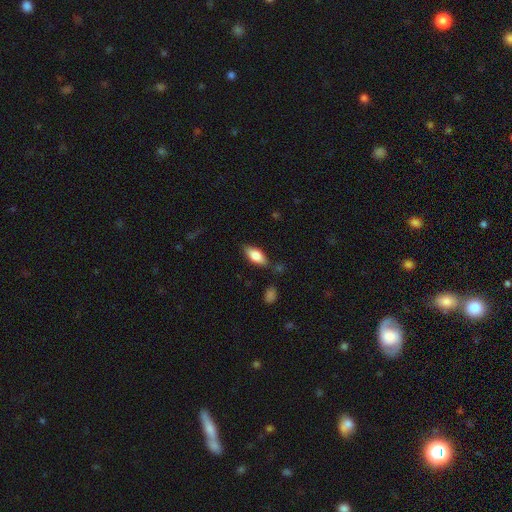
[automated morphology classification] type=smooth (72%); roundness=in between (82%); merging=none (77%).